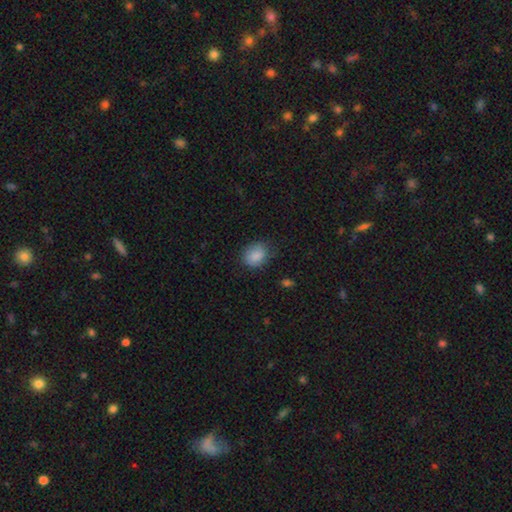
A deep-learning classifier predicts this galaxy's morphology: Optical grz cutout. It shows a smooth galaxy with no disk features (86%) that is in between round and cigar-shaped (57%). Merging: none (73%).